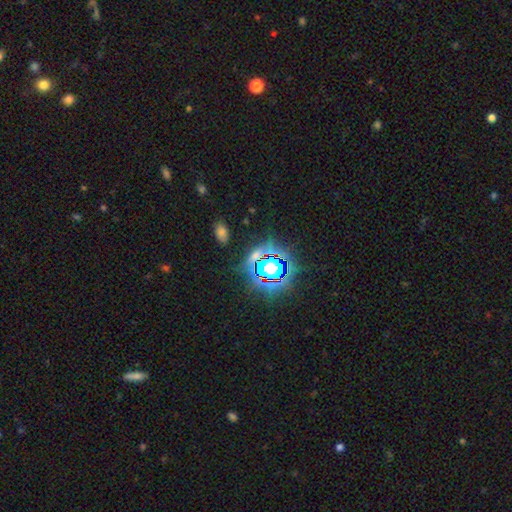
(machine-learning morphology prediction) Smooth or featured? Predicted: star or artifact (p=0.64).